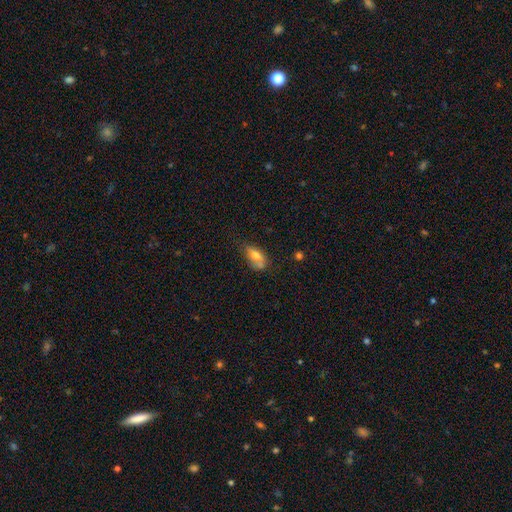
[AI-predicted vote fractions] Q: Smooth or featured?
A: smooth (68%); runner-up: featured or disk (23%)
Q: How rounded?
A: in between (82%); runner-up: cigar-shaped (9%)
Q: Merging?
A: none (37%); runner-up: minor disturbance (26%)